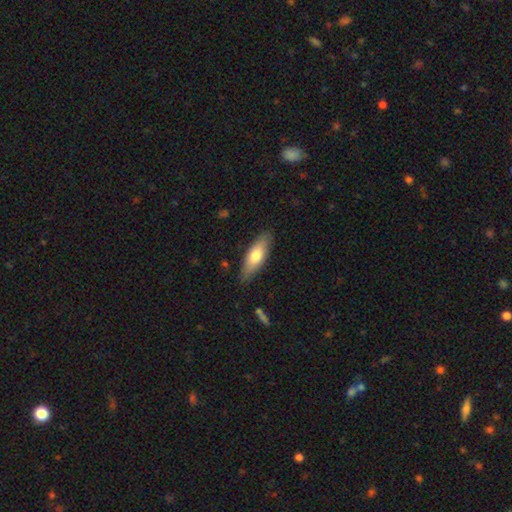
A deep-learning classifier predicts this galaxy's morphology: This is likely a smooth galaxy (70%). How rounded: possibly in between (59%). Merging: clearly none (84%).